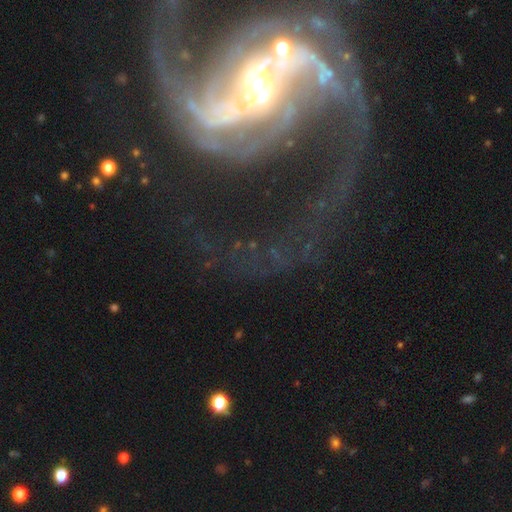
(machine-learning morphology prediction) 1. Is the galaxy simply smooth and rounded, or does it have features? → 90% featured or disk, 6% star or artifact, 3% smooth.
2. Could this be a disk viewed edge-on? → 98% no, 2% yes.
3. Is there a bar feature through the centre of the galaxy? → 45% strong, 36% weak, 19% no.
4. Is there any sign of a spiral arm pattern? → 97% yes, 3% no.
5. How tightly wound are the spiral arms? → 47% medium, 37% loose, 16% tight.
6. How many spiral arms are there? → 72% 2, 8% 3, 7% can't tell, 5% 1, 4% 4, 4% more than 4.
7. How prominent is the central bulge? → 45% moderate, 42% small, 8% large, 3% none, 2% dominant.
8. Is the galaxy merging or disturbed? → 46% none, 32% major disturbance, 13% minor disturbance, 9% merger.